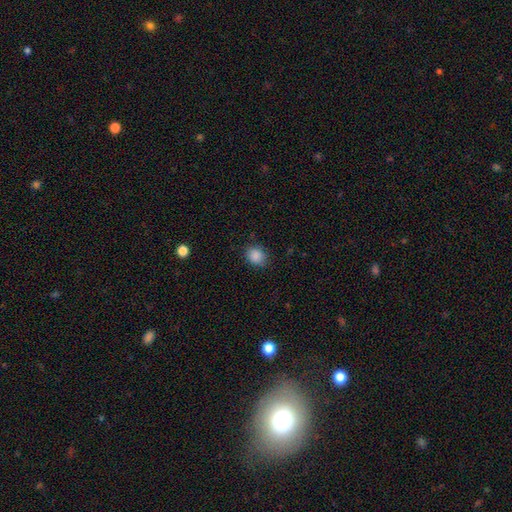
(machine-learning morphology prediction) The model was most divided on "how rounded": round: 65%, in between: 35%, cigar-shaped: 1%. More confident: smooth or featured — smooth (88%); merging — none (85%).